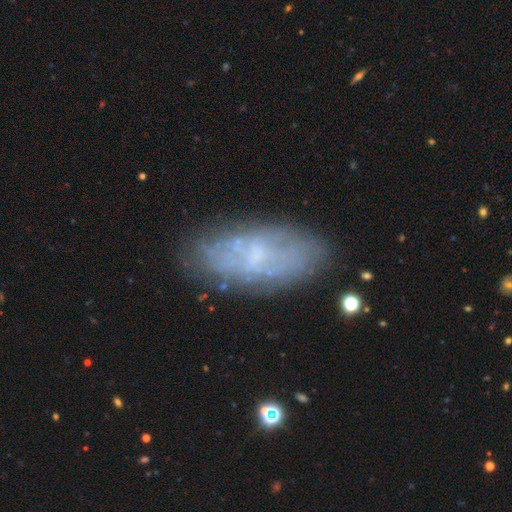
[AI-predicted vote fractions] This appears to be a featured or disk galaxy (53%). Merging: none (74%).